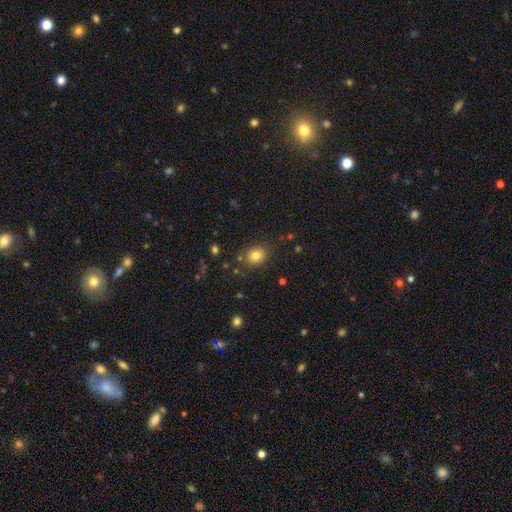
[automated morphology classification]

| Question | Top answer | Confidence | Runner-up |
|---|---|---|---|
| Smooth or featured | smooth | 81% | star or artifact (12%) |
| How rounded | round | 65% | in between (34%) |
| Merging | none | 82% | minor disturbance (11%) |